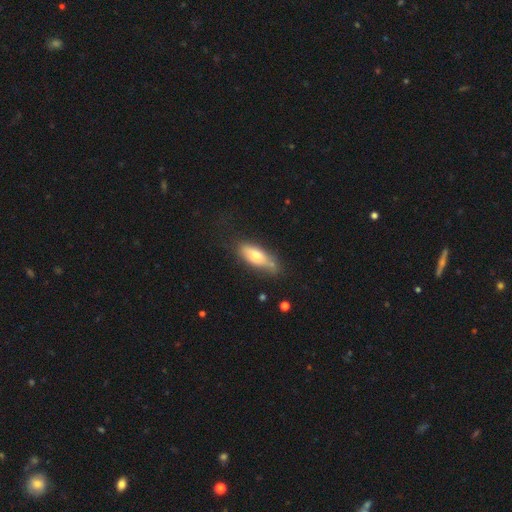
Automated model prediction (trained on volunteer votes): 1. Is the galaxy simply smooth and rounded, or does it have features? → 65% smooth, 28% featured or disk, 7% star or artifact.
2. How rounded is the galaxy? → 67% in between, 31% cigar-shaped, 3% round.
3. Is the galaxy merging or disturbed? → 60% none, 26% minor disturbance, 8% major disturbance, 7% merger.